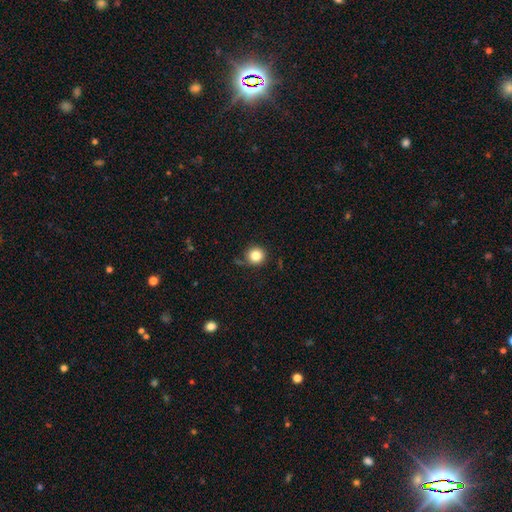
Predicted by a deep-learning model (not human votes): Smooth or featured? Predicted: smooth (p=0.84). How rounded? Predicted: round (p=0.94). Merging? Predicted: none (p=0.81).